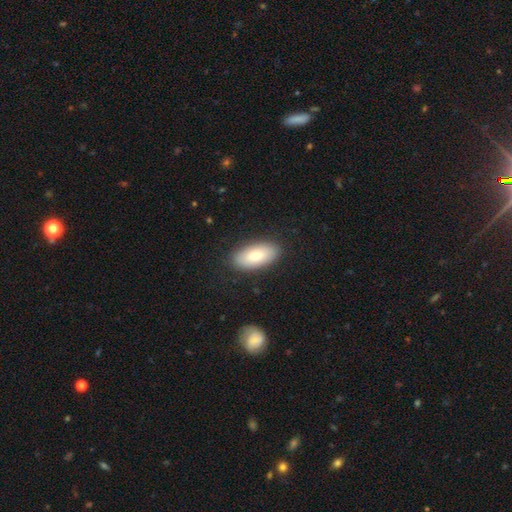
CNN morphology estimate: Smooth or featured: smooth — 78% (featured or disk — 16%)
How rounded: in between — 92% (cigar-shaped — 6%)
Merging: none — 87% (minor disturbance — 9%)